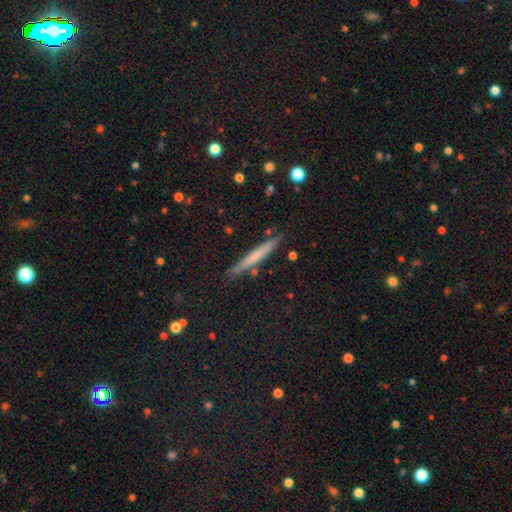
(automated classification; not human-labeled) Q: Smooth or featured?
A: smooth (55%); runner-up: featured or disk (35%)
Q: How rounded?
A: cigar-shaped (95%); runner-up: in between (3%)
Q: Merging?
A: none (87%); runner-up: minor disturbance (9%)